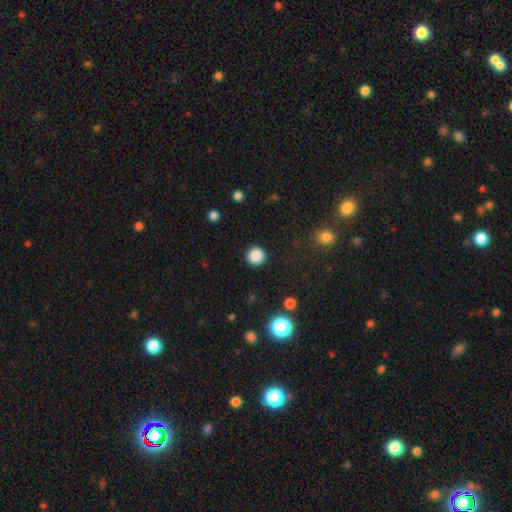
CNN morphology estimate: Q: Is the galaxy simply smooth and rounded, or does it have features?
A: smooth — 87%.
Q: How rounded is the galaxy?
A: round — 95%.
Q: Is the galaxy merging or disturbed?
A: none — 92%.